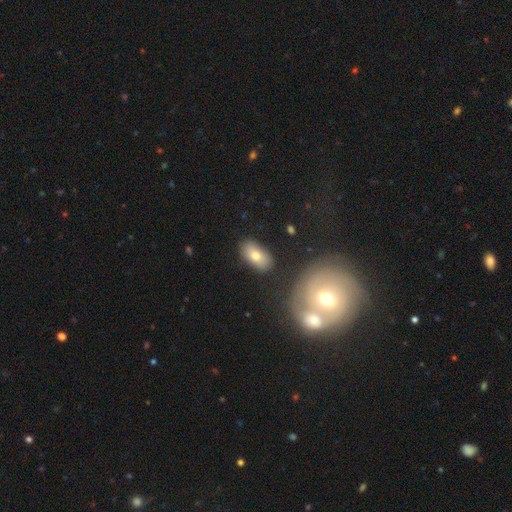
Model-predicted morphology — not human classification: smooth_or_featured: smooth (p=0.73) [alt: featured or disk p=0.19]
how_rounded: in between (p=0.91) [alt: round p=0.06]
merging: none (p=0.82) [alt: minor disturbance p=0.12]